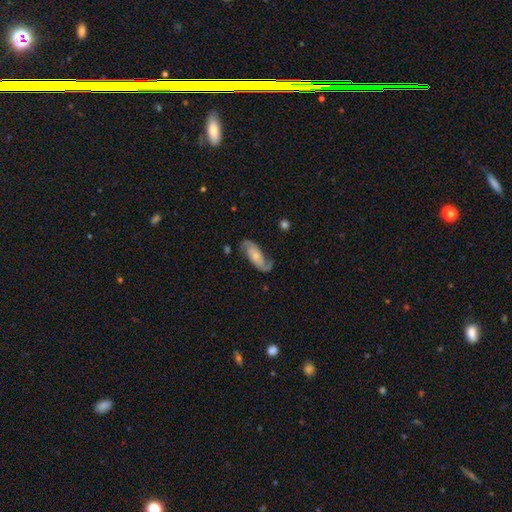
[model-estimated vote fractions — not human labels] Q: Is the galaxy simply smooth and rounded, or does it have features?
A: featured or disk — 77%.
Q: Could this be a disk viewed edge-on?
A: no — 94%.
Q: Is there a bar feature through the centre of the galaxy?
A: no — 63%.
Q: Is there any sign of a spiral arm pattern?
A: yes — 95%.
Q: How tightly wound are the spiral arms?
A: loose — 41%.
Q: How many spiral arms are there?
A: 2 — 90%.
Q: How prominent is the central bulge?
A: small — 54%.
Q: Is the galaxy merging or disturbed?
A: none — 71%.